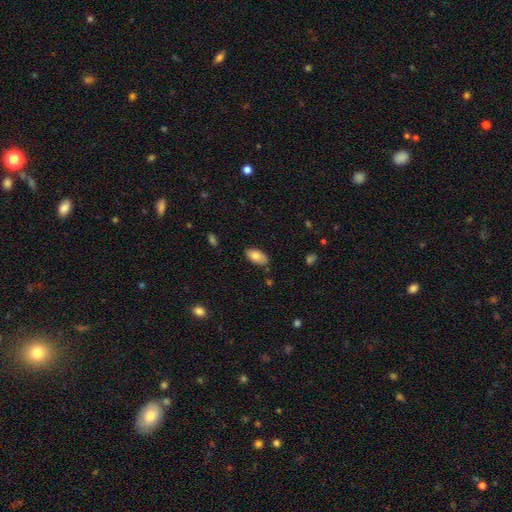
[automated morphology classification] The model was most divided on "merging": none: 78%, minor disturbance: 17%, major disturbance: 3%, merger: 2%. More confident: how rounded — in between (94%); smooth or featured — smooth (77%).